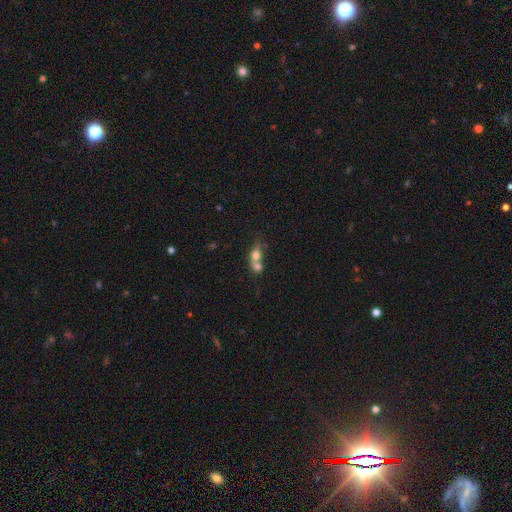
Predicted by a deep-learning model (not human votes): Overall: smooth (69%). How rounded: round (52%; in between 44%). Merging: merger (72%).